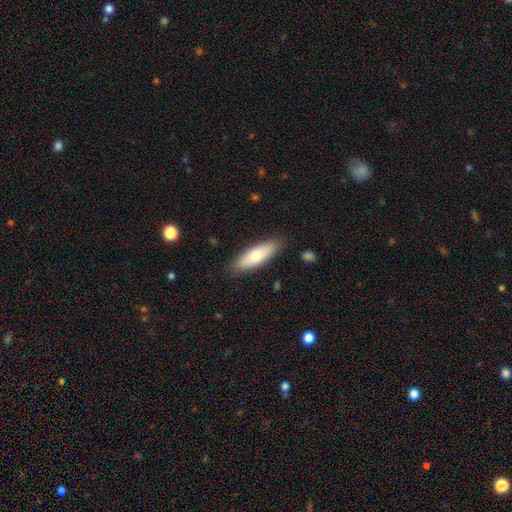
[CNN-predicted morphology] Smooth or featured? Predicted: smooth (p=0.71). How rounded? Predicted: in between (p=0.54). Merging? Predicted: none (p=0.86).